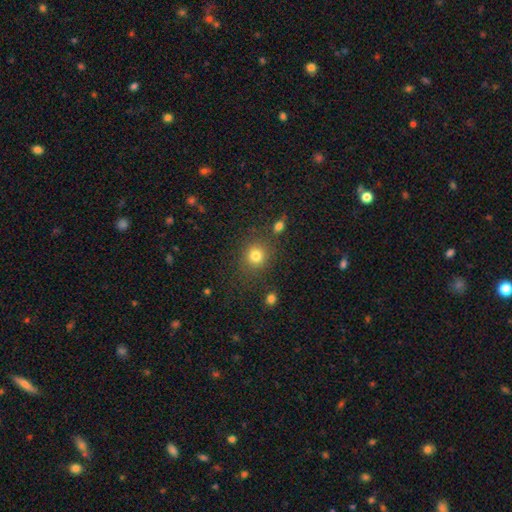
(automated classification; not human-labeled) A smooth galaxy with no disk features (81%) that is round (85%). Merging: none (81%).